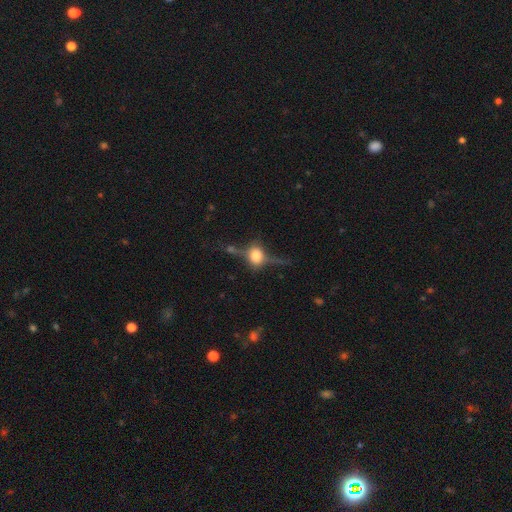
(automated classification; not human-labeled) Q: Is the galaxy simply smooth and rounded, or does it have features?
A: featured or disk — 62%.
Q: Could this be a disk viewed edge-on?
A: yes — 89%.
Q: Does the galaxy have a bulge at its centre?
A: rounded — 95%.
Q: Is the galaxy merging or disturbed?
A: none — 66%.